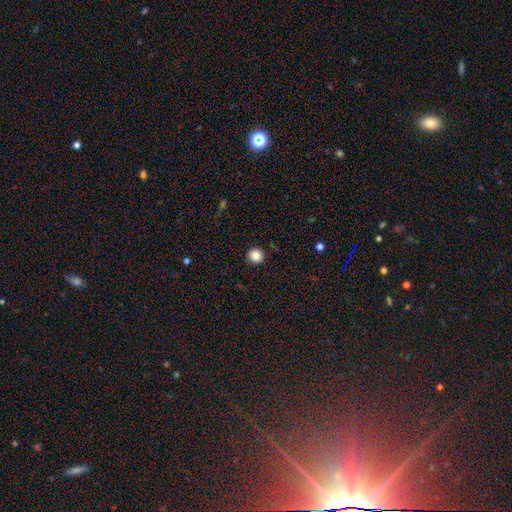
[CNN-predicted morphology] Q: Smooth or featured?
A: smooth (86%); runner-up: star or artifact (10%)
Q: How rounded?
A: round (94%); runner-up: in between (5%)
Q: Merging?
A: none (92%); runner-up: minor disturbance (5%)